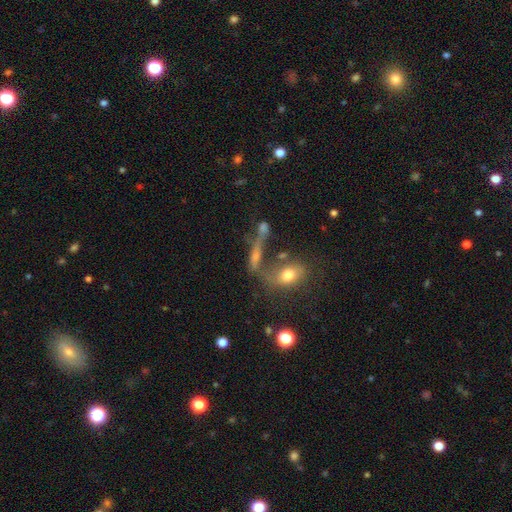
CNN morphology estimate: This appears to be a smooth galaxy with no disk features (41%). Merging: none (41%).